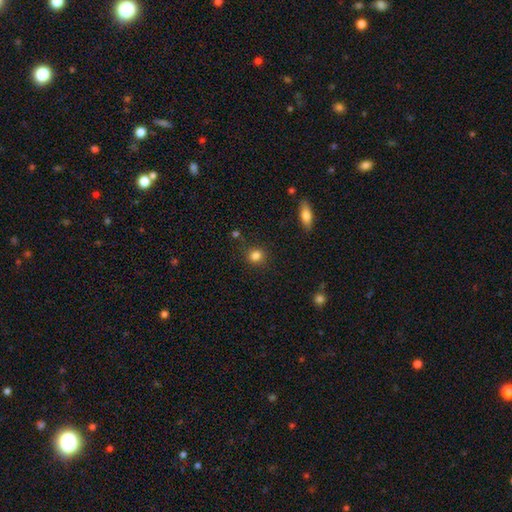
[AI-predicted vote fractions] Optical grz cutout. It shows a smooth galaxy with no disk features (83%) that is round (79%). Merging: none (85%).